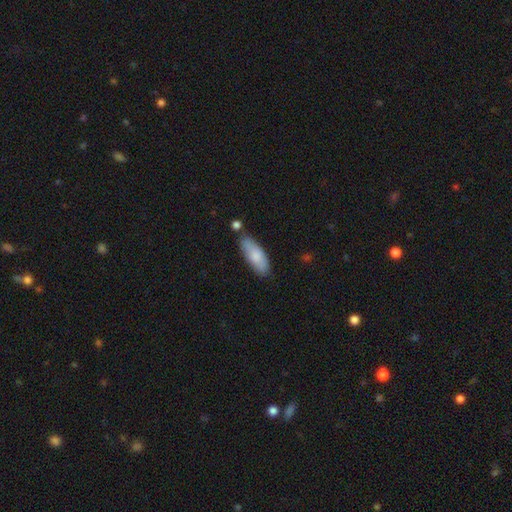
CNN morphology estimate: Smooth or featured? Predicted: smooth (p=0.79). How rounded? Predicted: in between (p=0.69). Merging? Predicted: none (p=0.68).